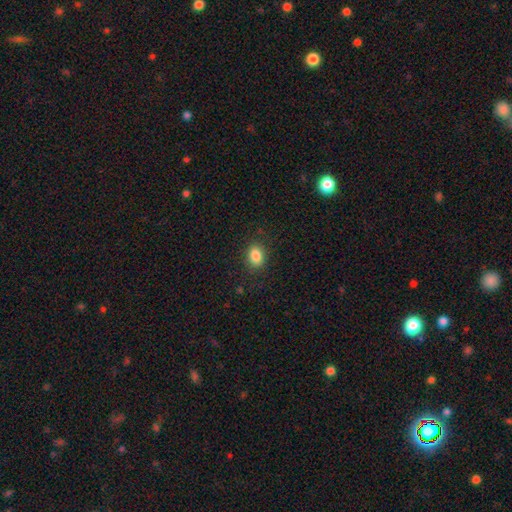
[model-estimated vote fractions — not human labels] Smooth or featured? Predicted: smooth (p=0.85). How rounded? Predicted: in between (p=0.72). Merging? Predicted: none (p=0.86).